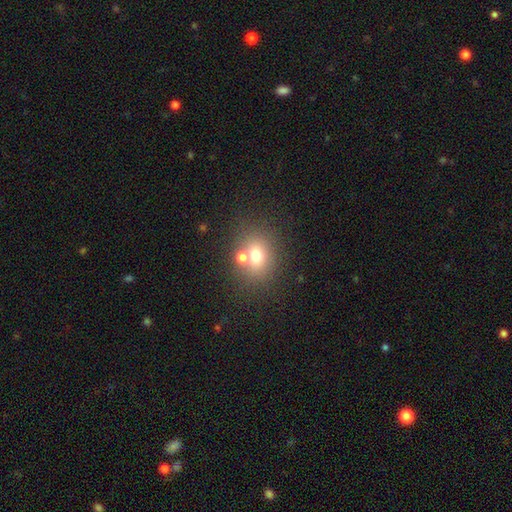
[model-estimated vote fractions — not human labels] Smooth or featured?
  - smooth: 69% *
  - featured or disk: 16%
  - star or artifact: 15%
How rounded?
  - round: 61% *
  - in between: 38%
  - cigar-shaped: 1%
Merging?
  - none: 56% *
  - merger: 30%
  - minor disturbance: 10%
  - major disturbance: 4%